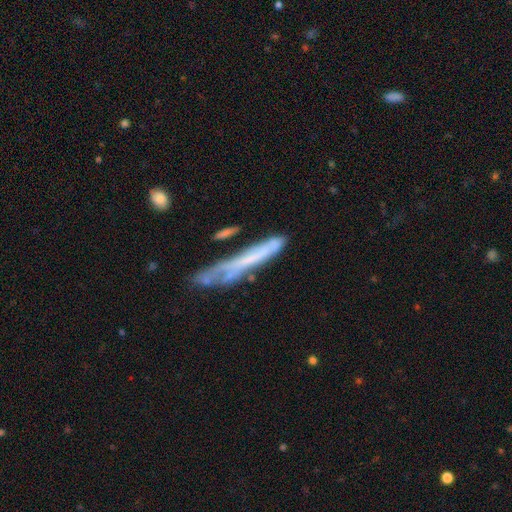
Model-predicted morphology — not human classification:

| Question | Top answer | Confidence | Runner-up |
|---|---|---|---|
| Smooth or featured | featured or disk | 51% | smooth (41%) |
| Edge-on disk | yes | 64% | no (36%) |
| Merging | none | 46% | minor disturbance (26%) |